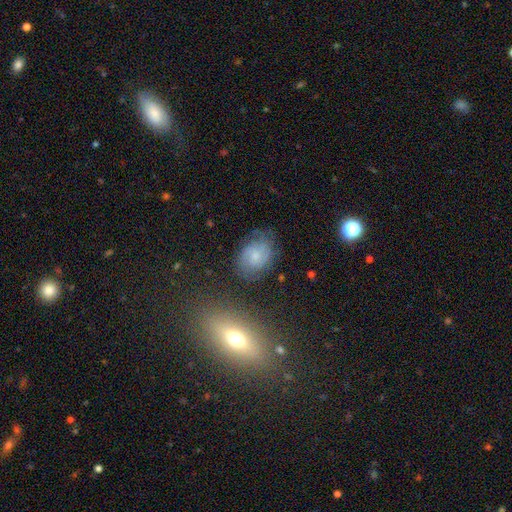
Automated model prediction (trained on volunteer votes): Smooth or featured: featured or disk — 50% (smooth — 38%)
Edge-on disk: no — 96% (yes — 4%)
Merging: none — 71% (minor disturbance — 20%)